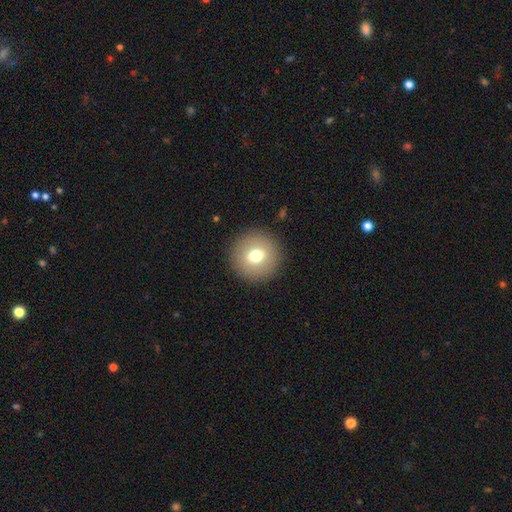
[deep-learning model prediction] Overall: smooth (71%). How rounded: round (94%). Merging: none (91%).